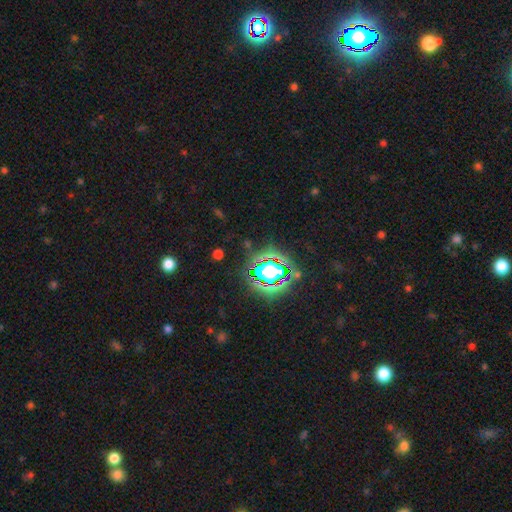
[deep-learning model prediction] Smooth or featured?
  - star or artifact: 79% *
  - smooth: 14%
  - featured or disk: 8%